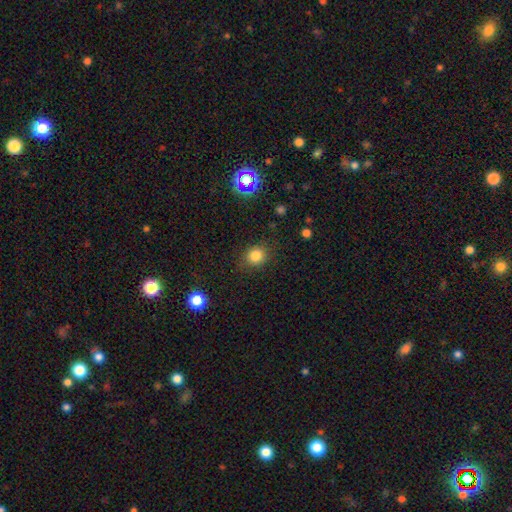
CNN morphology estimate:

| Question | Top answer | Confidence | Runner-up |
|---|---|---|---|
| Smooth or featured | smooth | 81% | star or artifact (13%) |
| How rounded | round | 76% | in between (23%) |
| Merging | none | 84% | minor disturbance (11%) |